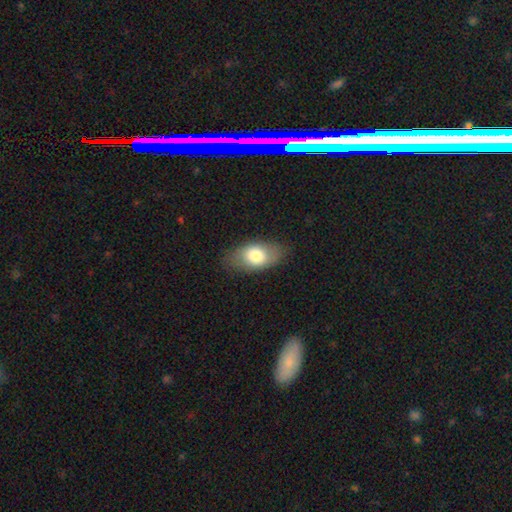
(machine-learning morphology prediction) Overall: smooth (75%). How rounded: in between (88%). Merging: none (79%).